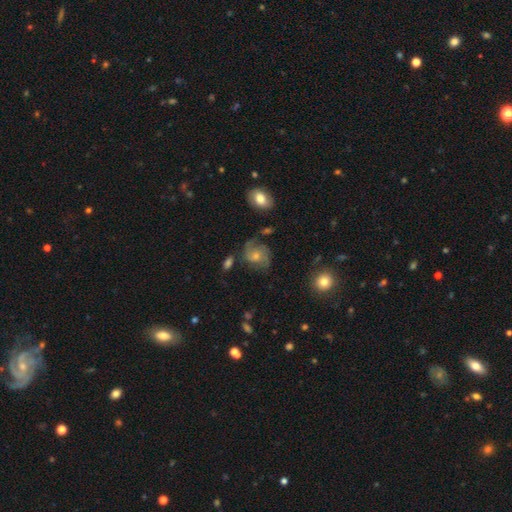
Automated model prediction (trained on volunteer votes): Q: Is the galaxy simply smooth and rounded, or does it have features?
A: featured or disk — 70%.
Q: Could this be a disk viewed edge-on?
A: no — 97%.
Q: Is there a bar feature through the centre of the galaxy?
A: no — 69%.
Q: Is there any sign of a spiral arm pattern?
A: yes — 93%.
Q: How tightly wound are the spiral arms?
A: medium — 48%.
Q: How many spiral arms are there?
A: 2 — 54%.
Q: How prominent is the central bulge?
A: moderate — 50%.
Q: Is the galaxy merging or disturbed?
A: none — 68%.